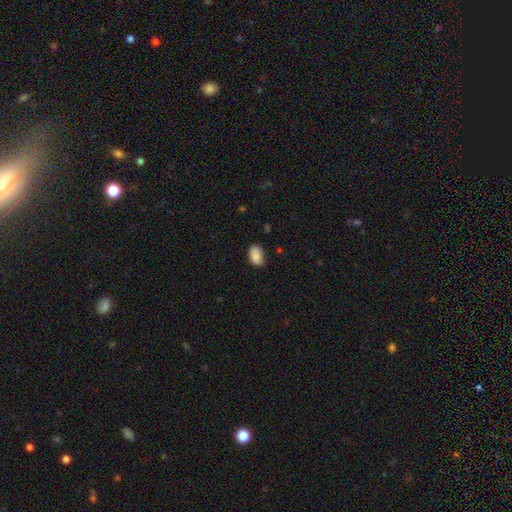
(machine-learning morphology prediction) Smooth or featured? Predicted: smooth (p=0.87). How rounded? Predicted: in between (p=0.89). Merging? Predicted: none (p=0.72).